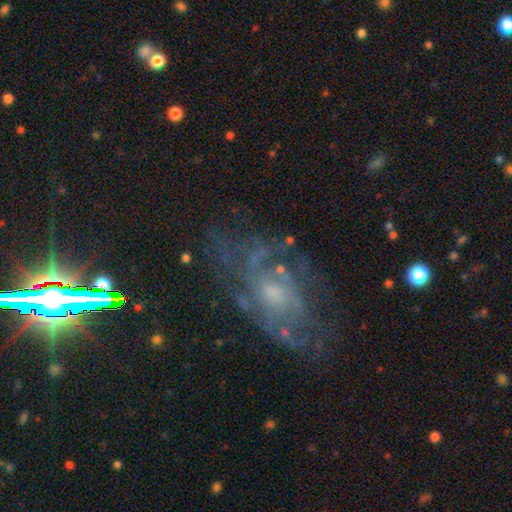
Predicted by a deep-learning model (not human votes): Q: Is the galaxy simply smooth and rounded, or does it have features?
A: featured or disk — 75%.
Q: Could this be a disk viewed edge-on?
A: no — 94%.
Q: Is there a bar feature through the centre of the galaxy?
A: no — 75%.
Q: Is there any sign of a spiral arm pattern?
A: yes — 79%.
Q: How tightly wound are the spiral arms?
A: tight — 43%.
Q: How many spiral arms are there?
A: can't tell — 52%.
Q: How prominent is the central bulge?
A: small — 44%.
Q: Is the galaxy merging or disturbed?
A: none — 63%.